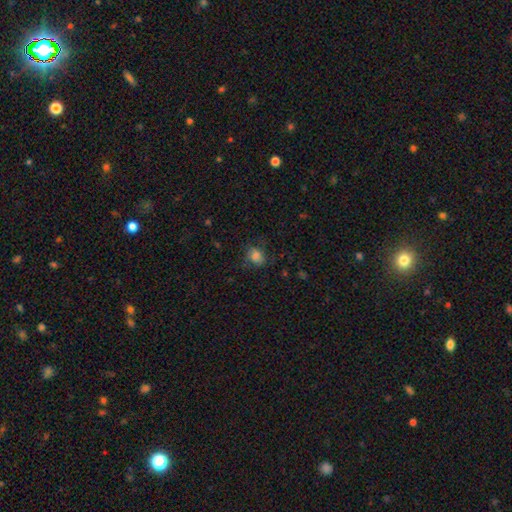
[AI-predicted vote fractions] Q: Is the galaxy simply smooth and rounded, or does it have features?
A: smooth — 71%.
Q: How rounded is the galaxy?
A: in between — 54%.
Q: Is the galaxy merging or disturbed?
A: none — 61%.